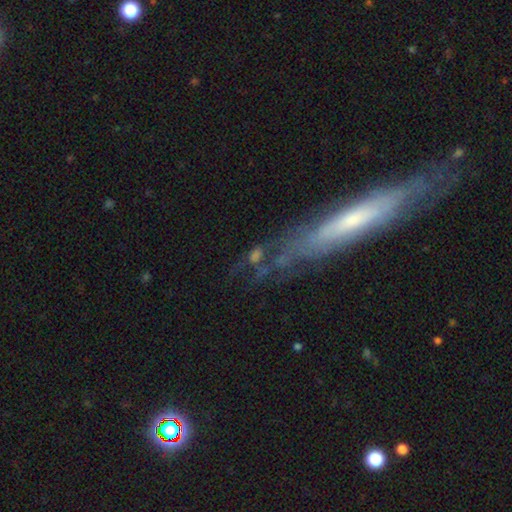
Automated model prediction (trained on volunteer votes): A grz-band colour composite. It shows a featured or disk galaxy (41%). Merging: none (47%).